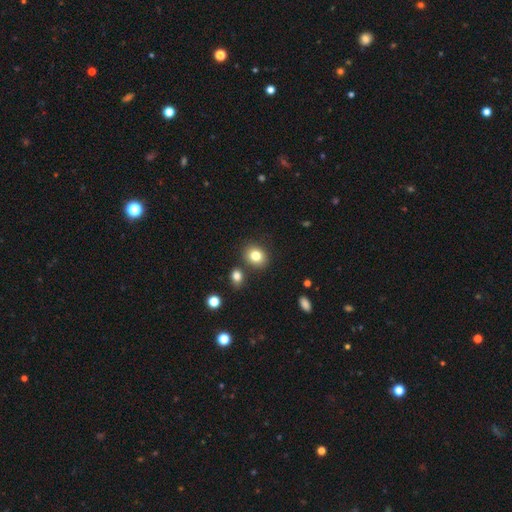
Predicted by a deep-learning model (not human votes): This appears to be a smooth galaxy with no disk features (82%) that is round (61%). Merging: none (80%).